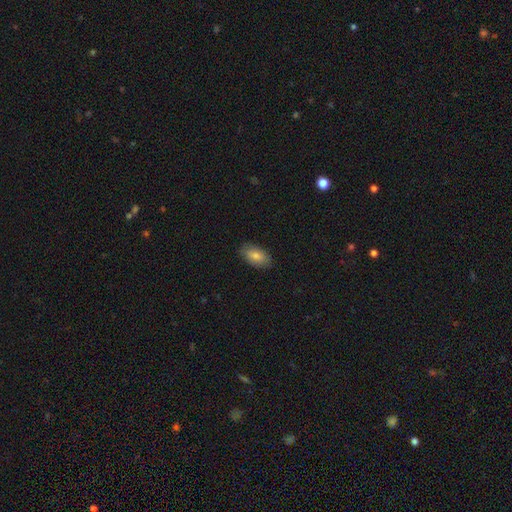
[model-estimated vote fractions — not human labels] Q: Smooth or featured?
A: smooth (80%); runner-up: featured or disk (13%)
Q: How rounded?
A: in between (93%); runner-up: round (4%)
Q: Merging?
A: none (86%); runner-up: minor disturbance (11%)